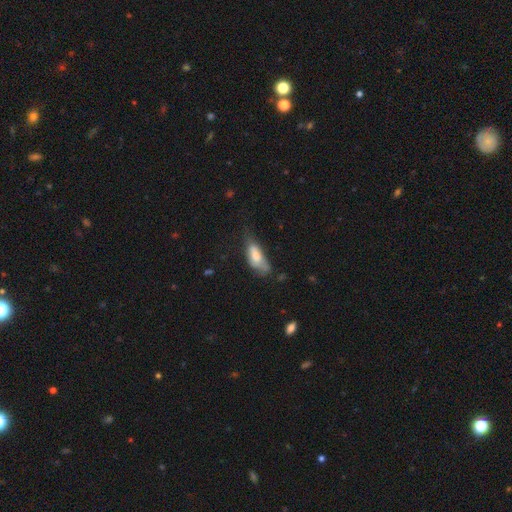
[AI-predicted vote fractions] This is likely a smooth galaxy (69%). How rounded: likely in between (76%). Merging: marginally minor disturbance (38%).